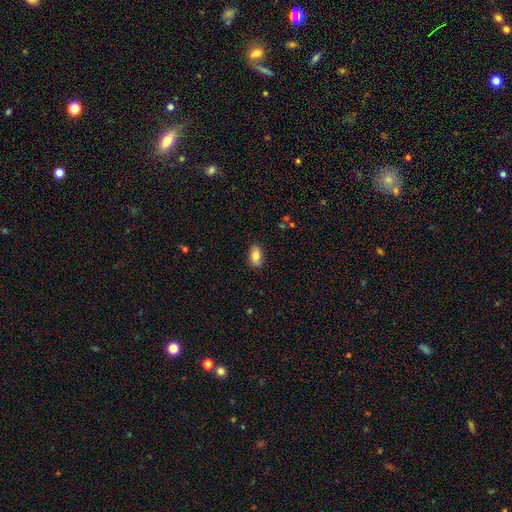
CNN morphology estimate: Smooth or featured: smooth — 81% (featured or disk — 12%)
How rounded: in between — 92% (round — 5%)
Merging: none — 83% (minor disturbance — 13%)